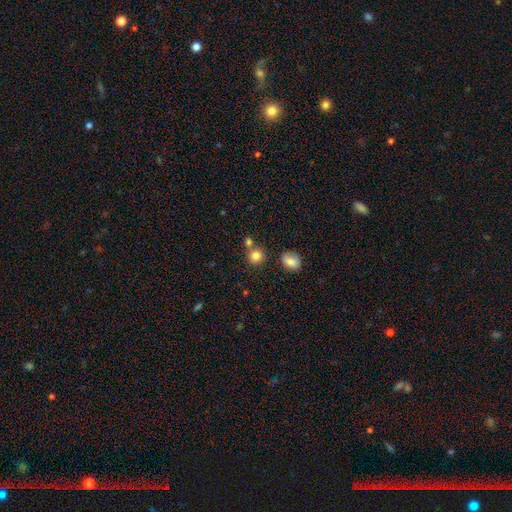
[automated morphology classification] Smooth or featured? smooth (83%)
How rounded? round (85%)
Merging? none (65%)